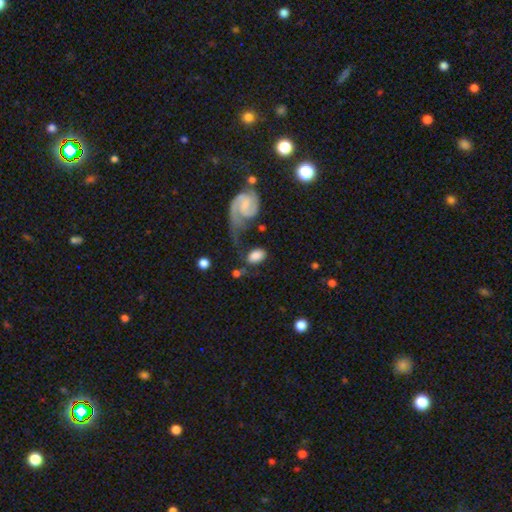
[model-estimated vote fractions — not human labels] The model was most divided on "merging": none: 49%, minor disturbance: 19%, major disturbance: 17%, merger: 15%. More confident: how rounded — in between (82%); smooth or featured — smooth (67%).